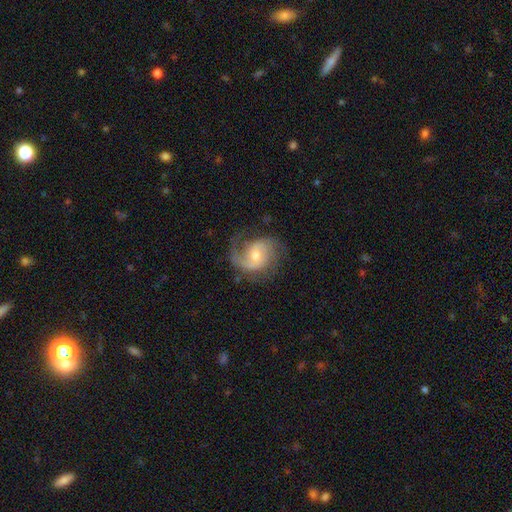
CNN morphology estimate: Smooth or featured? featured or disk (83%)
Edge-on disk? no (98%)
Bar? no (53%)
Spiral arms? yes (96%)
Spiral winding? medium (49%)
Spiral arm count? 2 (63%)
Bulge size? moderate (59%)
Merging? none (64%)